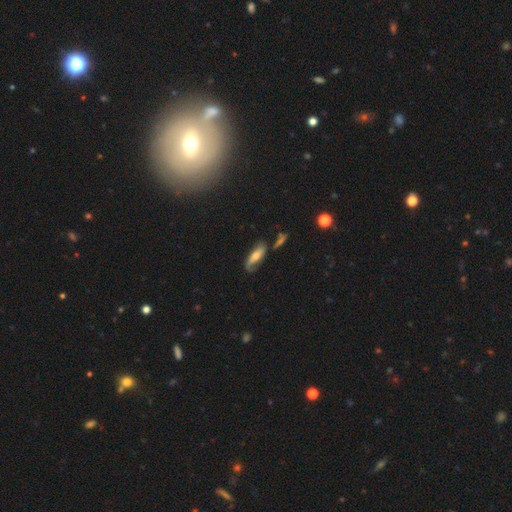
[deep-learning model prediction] Smooth or featured? Predicted: featured or disk (p=0.57). Edge-on disk? Predicted: no (p=0.80). Merging? Predicted: none (p=0.55).